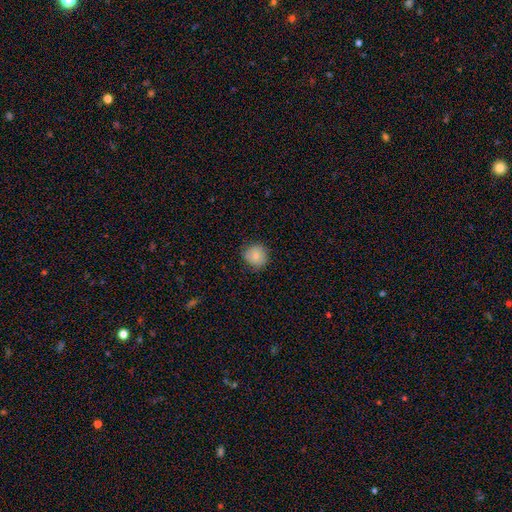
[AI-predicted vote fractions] Overall: smooth (80%). How rounded: round (90%). Merging: none (82%).